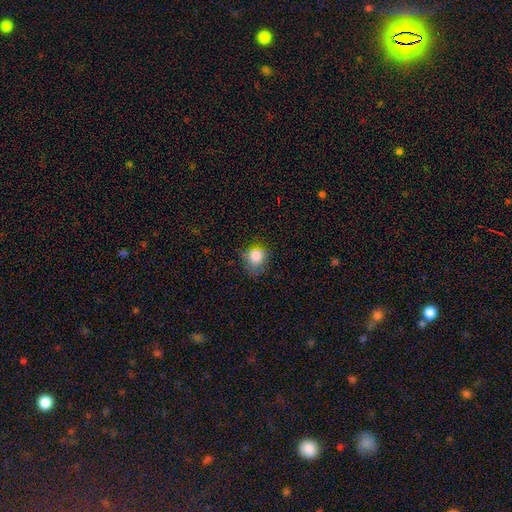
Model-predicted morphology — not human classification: Overall: smooth (83%). How rounded: round (70%). Merging: none (62%; minor disturbance 27%).